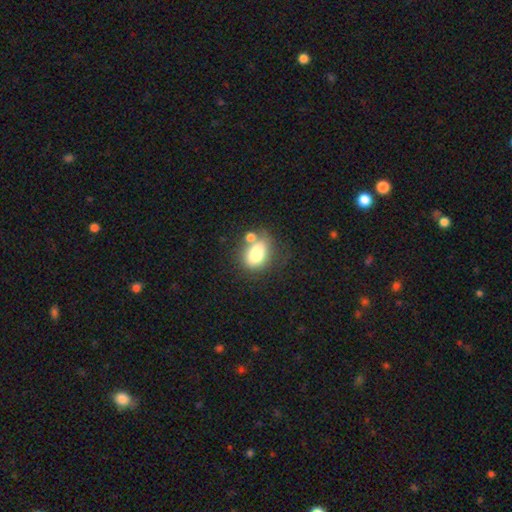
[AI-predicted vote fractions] Smooth or featured: smooth — 78% (featured or disk — 13%)
How rounded: in between — 76% (round — 22%)
Merging: none — 45% (merger — 29%)